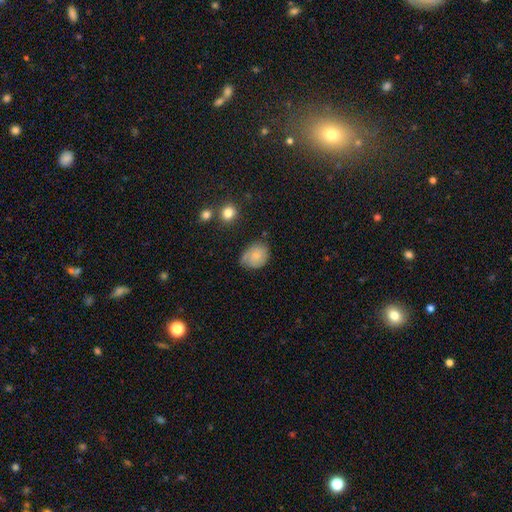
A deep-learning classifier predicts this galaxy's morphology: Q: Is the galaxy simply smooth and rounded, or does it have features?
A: smooth — 57%.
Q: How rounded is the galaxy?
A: in between — 58%.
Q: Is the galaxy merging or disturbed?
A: none — 57%.